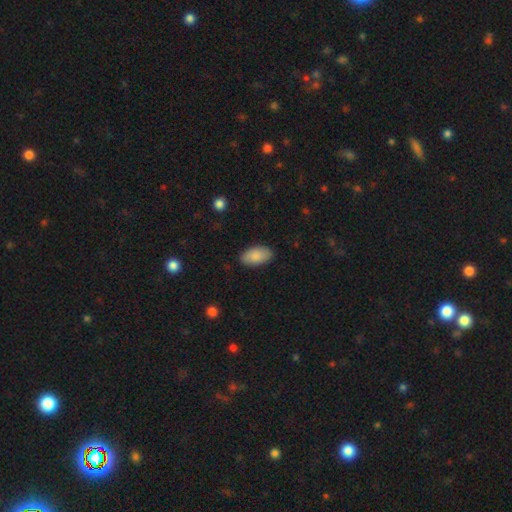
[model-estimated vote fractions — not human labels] This appears to be a smooth galaxy with no disk features (87%) that is in between round and cigar-shaped (95%). Merging: none (87%).